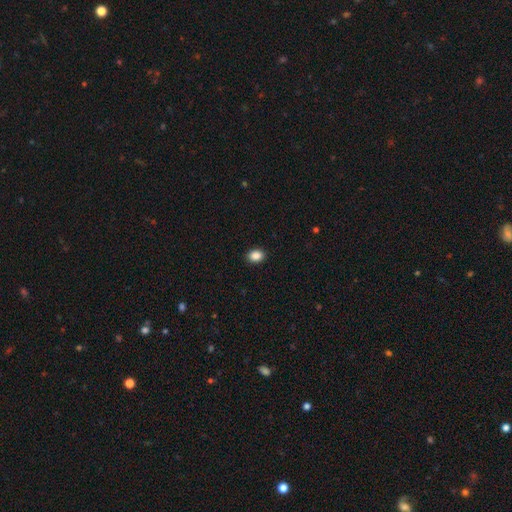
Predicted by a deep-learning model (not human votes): This appears to be a smooth galaxy with no disk features (88%) that is in between round and cigar-shaped (65%). Merging: none (91%).